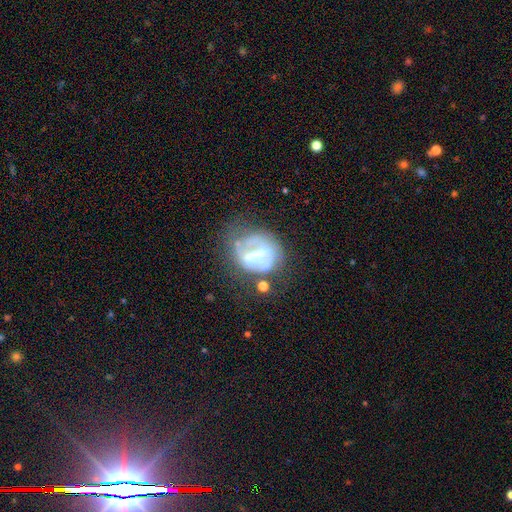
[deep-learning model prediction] Smooth or featured: featured or disk — 65% (smooth — 26%)
Edge-on disk: no — 96% (yes — 4%)
Bar: weak — 38% (strong — 36%)
Spiral arms: no — 61% (yes — 39%)
Bulge size: moderate — 42% (small — 41%)
Merging: none — 44% (minor disturbance — 24%)